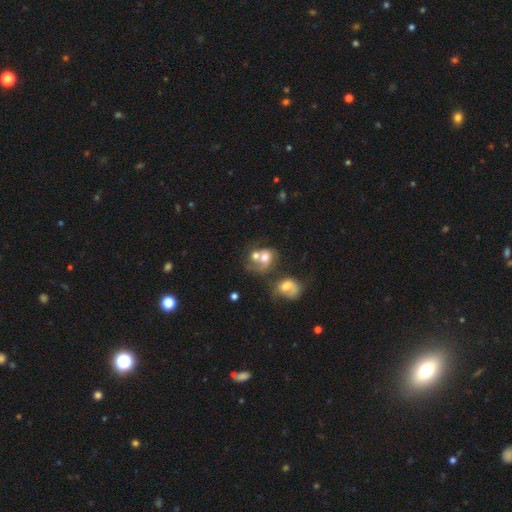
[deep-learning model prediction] smooth 50%, featured or disk 37%, star or artifact 13%. Down the decision tree: how rounded — round (58%); merging — merger (63%).